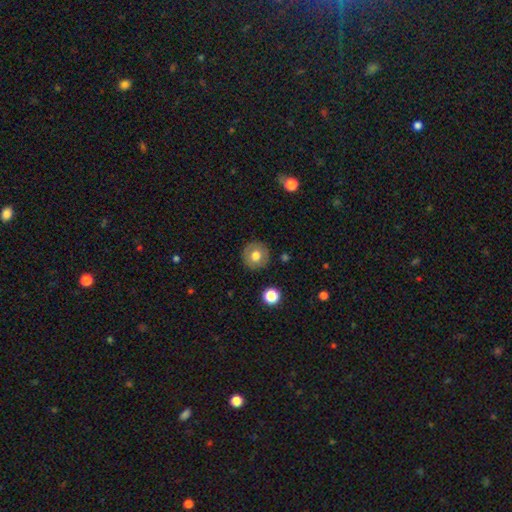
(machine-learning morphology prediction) Q: Smooth or featured?
A: smooth (70%); runner-up: featured or disk (20%)
Q: How rounded?
A: round (94%); runner-up: in between (5%)
Q: Merging?
A: none (88%); runner-up: minor disturbance (8%)